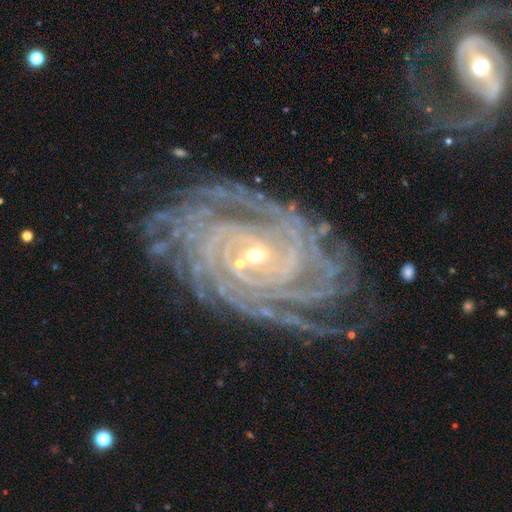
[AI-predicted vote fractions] Smooth or featured? featured or disk (92%)
Edge-on disk? no (97%)
Bar? no (49%)
Spiral arms? yes (99%)
Spiral winding? tight (84%)
Spiral arm count? more than 4 (29%)
Bulge size? small (75%)
Merging? none (73%)